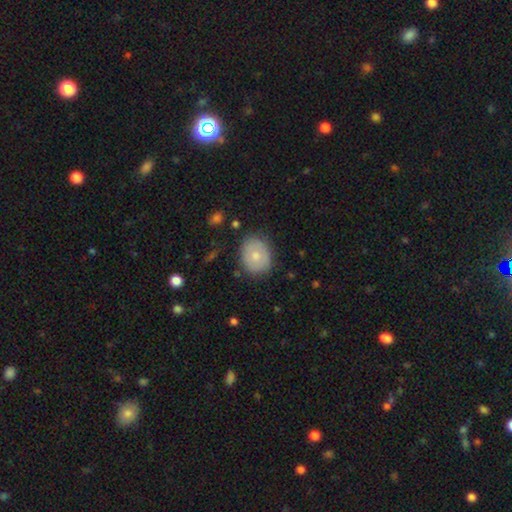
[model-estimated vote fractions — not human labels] Smooth or featured? smooth (70%)
How rounded? round (53%)
Merging? none (79%)